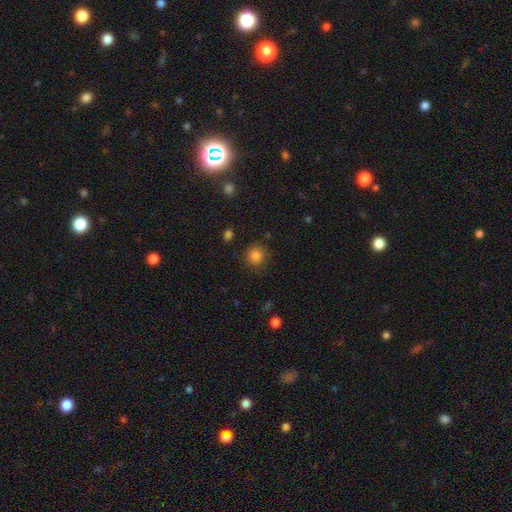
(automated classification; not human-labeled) A smooth galaxy with no disk features (84%) that is round (90%). Merging: none (85%).